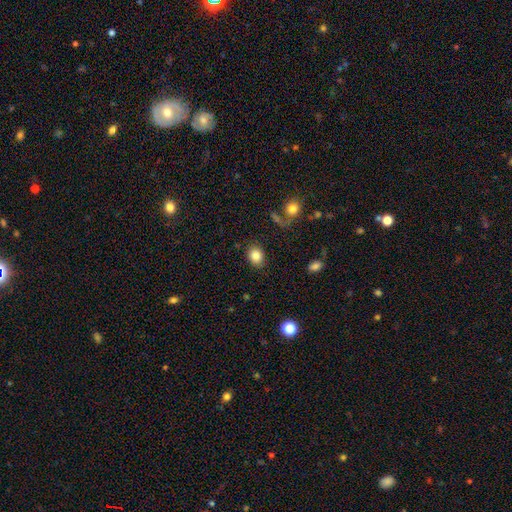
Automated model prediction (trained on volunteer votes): Smooth or featured? Predicted: smooth (p=0.85). How rounded? Predicted: in between (p=0.50). Merging? Predicted: none (p=0.84).